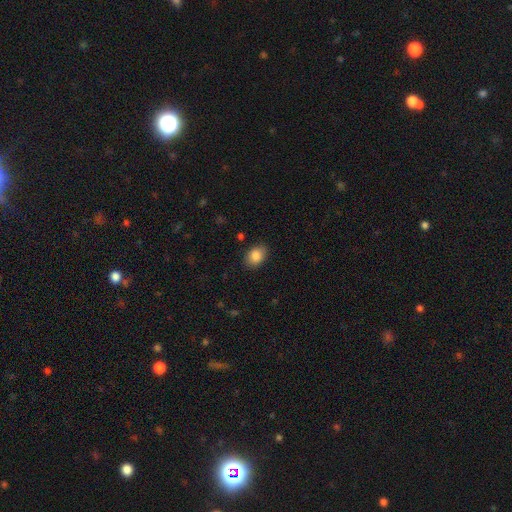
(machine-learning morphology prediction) Q: Smooth or featured?
A: smooth (86%); runner-up: star or artifact (8%)
Q: How rounded?
A: in between (74%); runner-up: round (25%)
Q: Merging?
A: none (84%); runner-up: minor disturbance (12%)